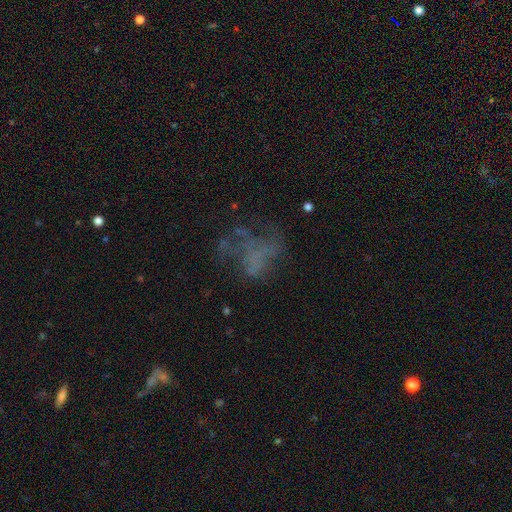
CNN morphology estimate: This appears to be a featured or disk galaxy (47%). Merging: none (41%).